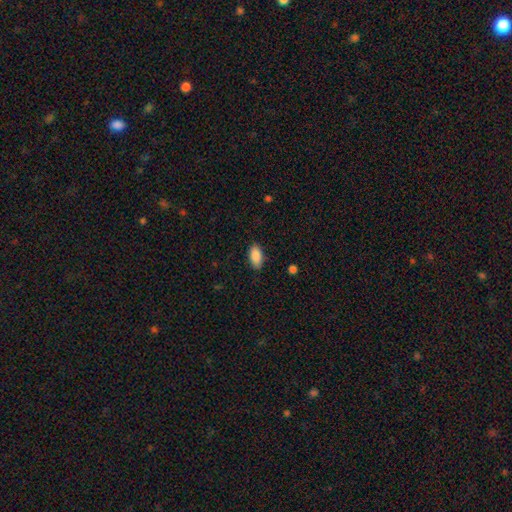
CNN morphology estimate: type=smooth (88%); roundness=in between (92%); merging=none (85%).